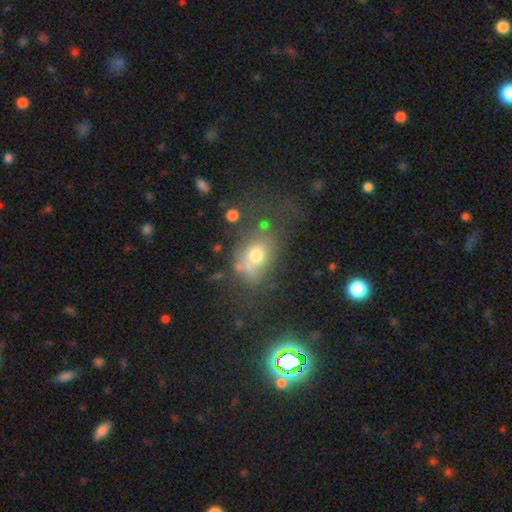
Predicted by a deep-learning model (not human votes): This is likely a smooth galaxy (65%). How rounded: likely in between (63%). Merging: marginally none (42%).